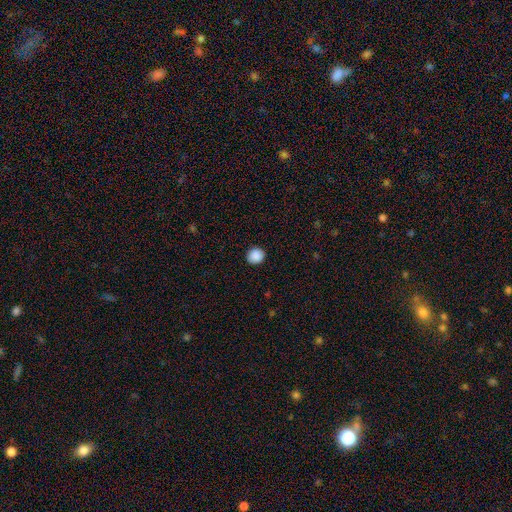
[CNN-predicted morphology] This is clearly a smooth galaxy (89%). How rounded: clearly round (90%). Merging: clearly none (92%).